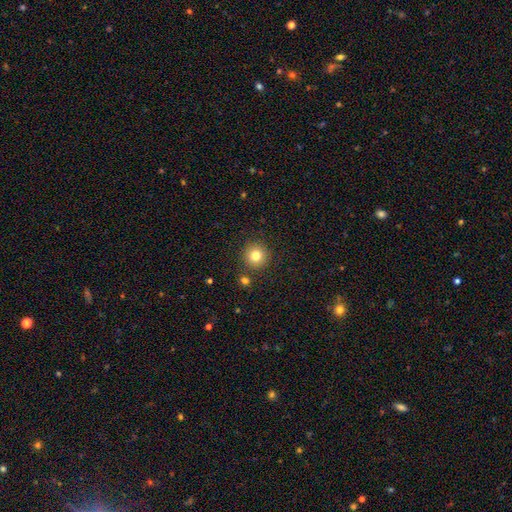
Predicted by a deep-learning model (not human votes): Smooth or featured? Predicted: smooth (p=0.80). How rounded? Predicted: round (p=0.94). Merging? Predicted: none (p=0.88).